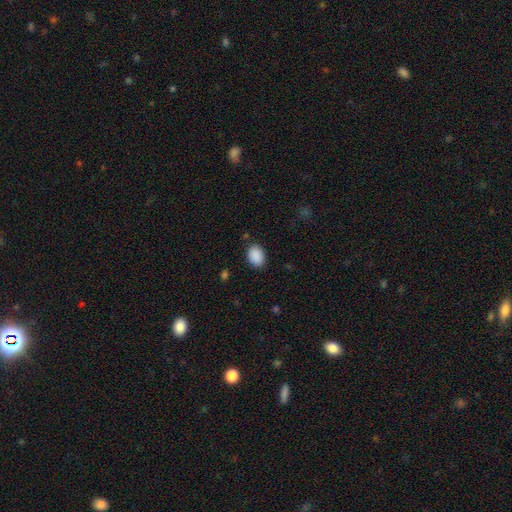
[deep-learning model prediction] This appears to be a smooth galaxy with no disk features (90%) that is in between round and cigar-shaped (78%). Merging: none (86%).